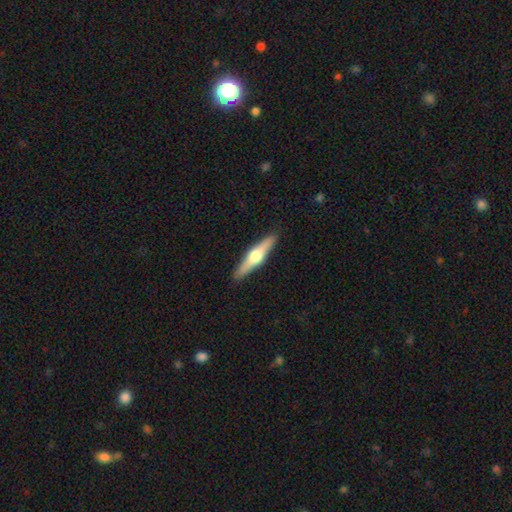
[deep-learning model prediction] Smooth or featured? Predicted: featured or disk (p=0.60). Edge-on disk? Predicted: yes (p=0.96). Edge-on bulge? Predicted: rounded (p=0.94). Merging? Predicted: none (p=0.91).